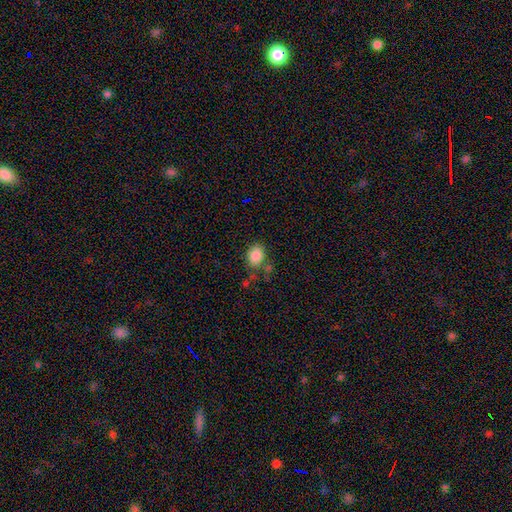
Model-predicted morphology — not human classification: type=smooth (85%); roundness=in between (53%); merging=none (65%).